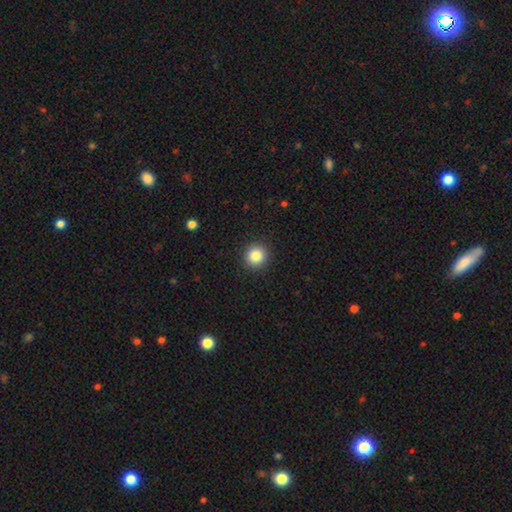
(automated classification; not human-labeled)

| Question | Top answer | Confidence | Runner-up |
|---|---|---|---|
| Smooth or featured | smooth | 84% | star or artifact (11%) |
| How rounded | round | 93% | in between (6%) |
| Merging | none | 92% | minor disturbance (5%) |